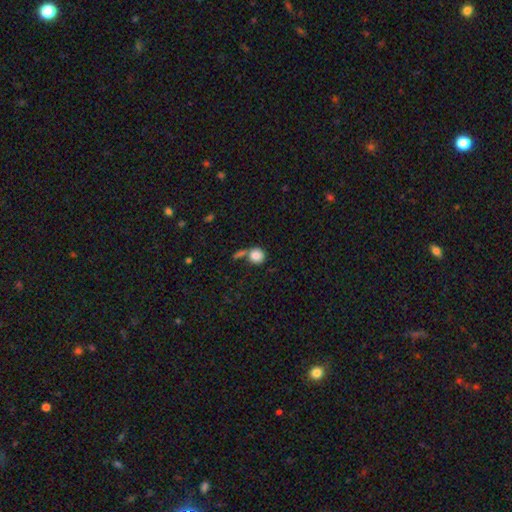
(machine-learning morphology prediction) type=smooth (83%); roundness=round (88%); merging=none (53%).